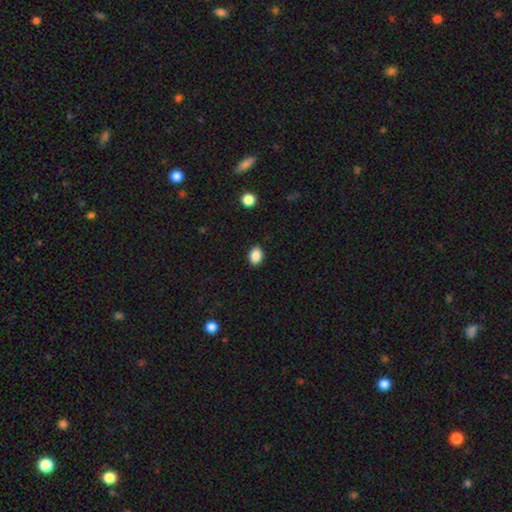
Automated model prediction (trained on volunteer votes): Smooth or featured?
  - smooth: 88% *
  - star or artifact: 9%
  - featured or disk: 3%
How rounded?
  - in between: 74% *
  - round: 24%
  - cigar-shaped: 1%
Merging?
  - none: 88% *
  - minor disturbance: 9%
  - major disturbance: 2%
  - merger: 1%